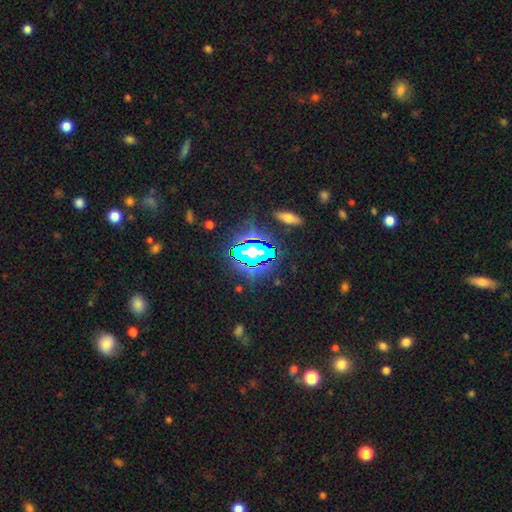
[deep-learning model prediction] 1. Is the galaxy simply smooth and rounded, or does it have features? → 71% star or artifact, 17% smooth, 12% featured or disk.